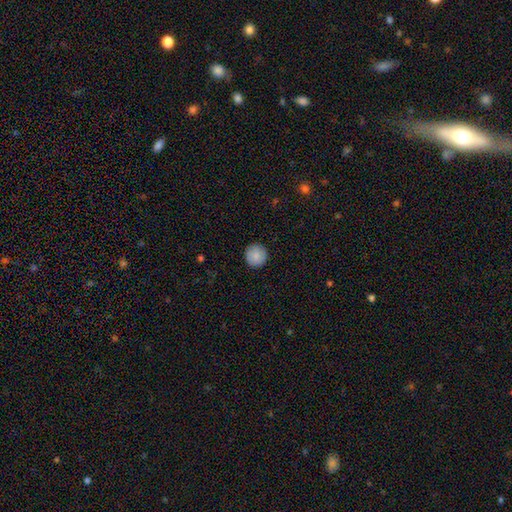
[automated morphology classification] Q: Smooth or featured?
A: smooth (87%); runner-up: star or artifact (7%)
Q: How rounded?
A: round (95%); runner-up: in between (4%)
Q: Merging?
A: none (91%); runner-up: minor disturbance (6%)